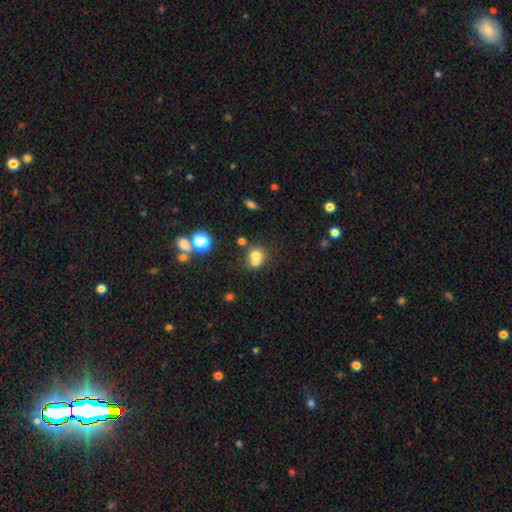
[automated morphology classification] A smooth galaxy with no disk features (69%) that is round (77%).

Vote fractions:
- Smooth or featured? smooth: 69% / featured or disk: 17% / star or artifact: 15%
- How rounded? round: 77% / in between: 22% / cigar-shaped: 1%
- Merging? merger: 53% / none: 36% / minor disturbance: 8% / major disturbance: 4%